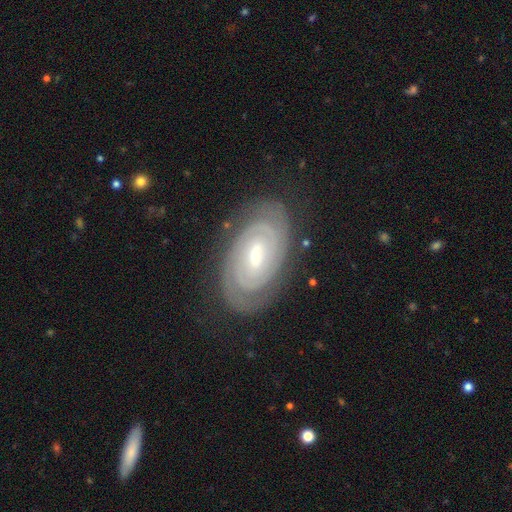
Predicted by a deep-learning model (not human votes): A featured or disk galaxy (88%) with a weak bar (46%), 2 (74%) tight (83%) spiral arms (97%) and a small central bulge (60%).

Vote fractions:
- Smooth or featured? featured or disk: 88% / smooth: 7% / star or artifact: 5%
- Edge-on disk? no: 96% / yes: 4%
- Bar? weak: 46% / no: 33% / strong: 21%
- Spiral arms? yes: 97% / no: 3%
- Spiral winding? tight: 83% / medium: 14% / loose: 2%
- Spiral arm count? 2: 74% / can't tell: 12% / 3: 7% / 4: 3% / 1: 2% / more than 4: 2%
- Bulge size? small: 60% / moderate: 35% / large: 2% / none: 2% / dominant: 1%
- Merging? none: 82% / minor disturbance: 13% / major disturbance: 4% / merger: 1%